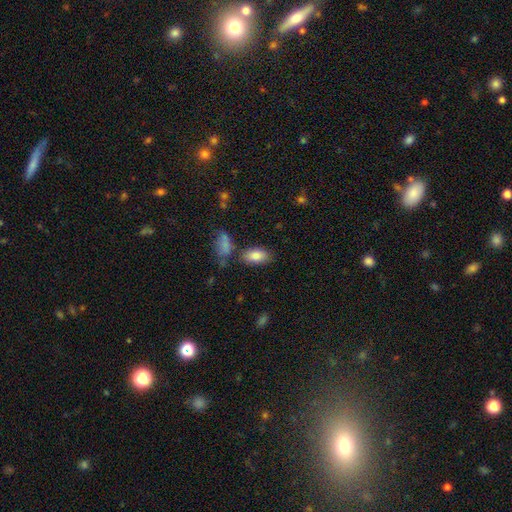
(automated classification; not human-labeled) This is clearly a smooth galaxy (85%). How rounded: clearly in between (93%). Merging: likely none (73%).